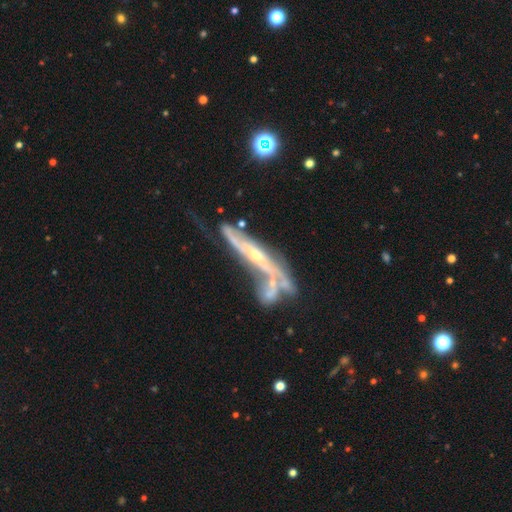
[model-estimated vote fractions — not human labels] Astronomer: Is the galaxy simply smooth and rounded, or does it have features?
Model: featured or disk — 80%.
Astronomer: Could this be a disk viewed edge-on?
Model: yes — 60% (runner-up: no, 40%).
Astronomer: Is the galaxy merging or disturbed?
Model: merger — 37% (runner-up: none, 28%).